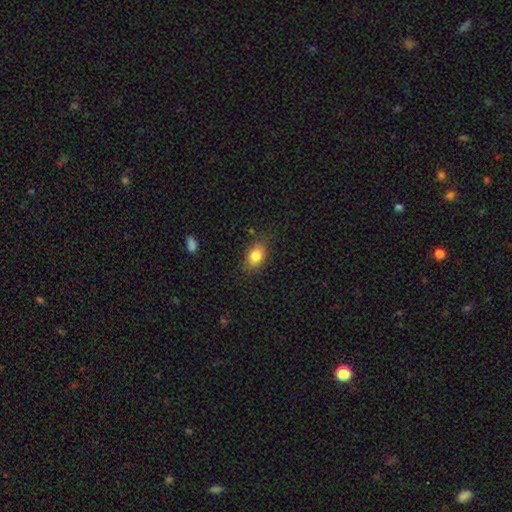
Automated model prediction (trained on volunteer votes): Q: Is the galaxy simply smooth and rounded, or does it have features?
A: smooth — 83%.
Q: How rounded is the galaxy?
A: in between — 81%.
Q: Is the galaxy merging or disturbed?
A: none — 79%.